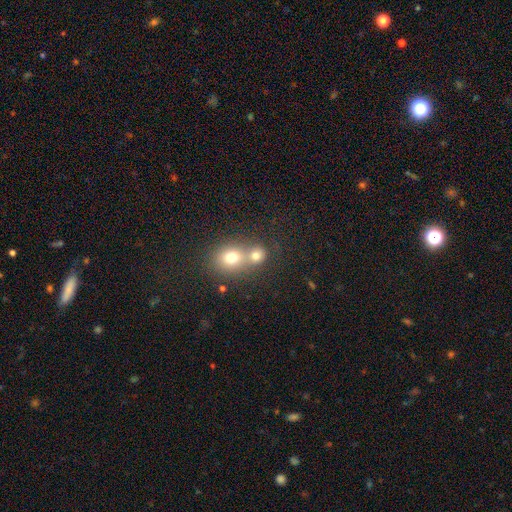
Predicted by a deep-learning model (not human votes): This is likely a smooth galaxy (74%). How rounded: likely round (74%). Merging: possibly merger (54%).